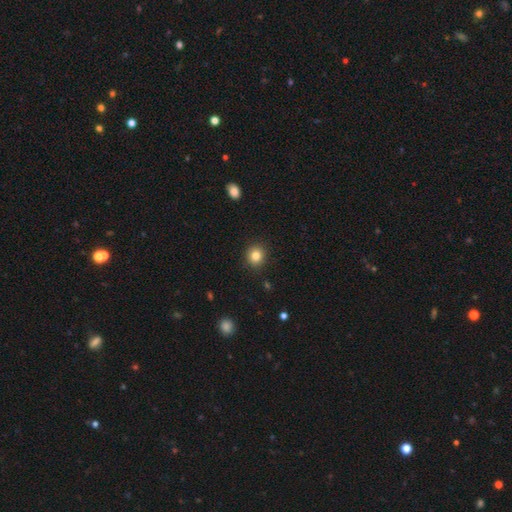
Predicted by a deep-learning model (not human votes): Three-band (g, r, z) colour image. It shows a smooth galaxy with no disk features (84%) that is round (87%). Merging: none (91%).